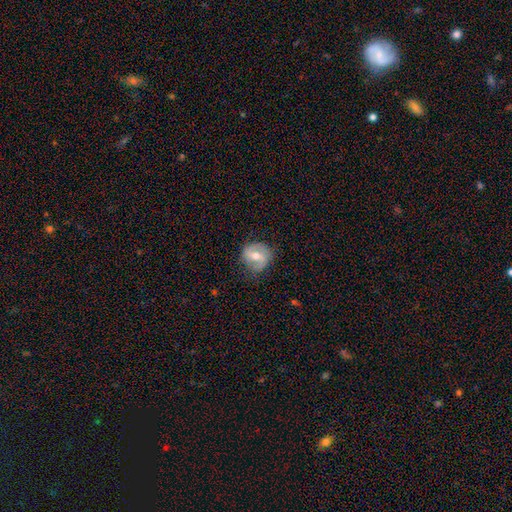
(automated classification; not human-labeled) This appears to be a featured or disk galaxy (59%) with a weak bar (44%), spiral arms (70%) and a moderate central bulge (67%). Merging: none (74%).